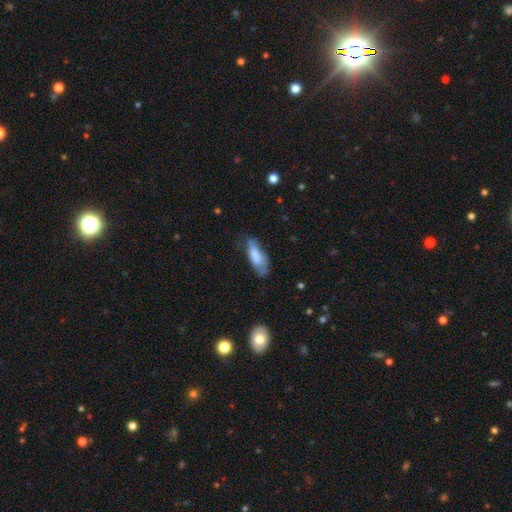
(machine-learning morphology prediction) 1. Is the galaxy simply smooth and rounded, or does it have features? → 72% smooth, 21% featured or disk, 7% star or artifact.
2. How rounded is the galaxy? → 61% in between, 38% cigar-shaped, 2% round.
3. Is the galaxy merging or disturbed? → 48% none, 33% minor disturbance, 16% major disturbance, 3% merger.